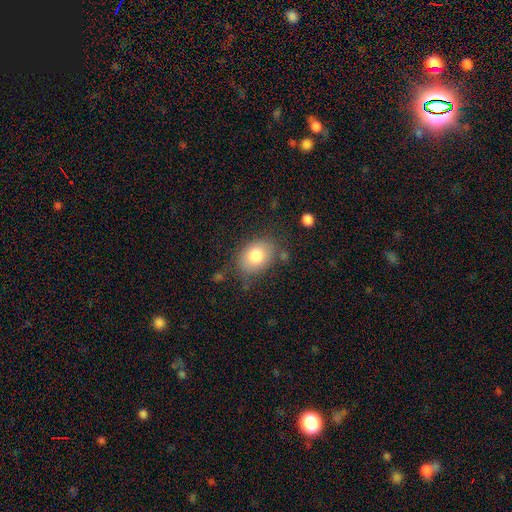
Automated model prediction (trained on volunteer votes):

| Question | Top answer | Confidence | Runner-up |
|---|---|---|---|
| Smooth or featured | smooth | 79% | featured or disk (13%) |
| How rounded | in between | 69% | round (30%) |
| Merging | none | 72% | minor disturbance (19%) |